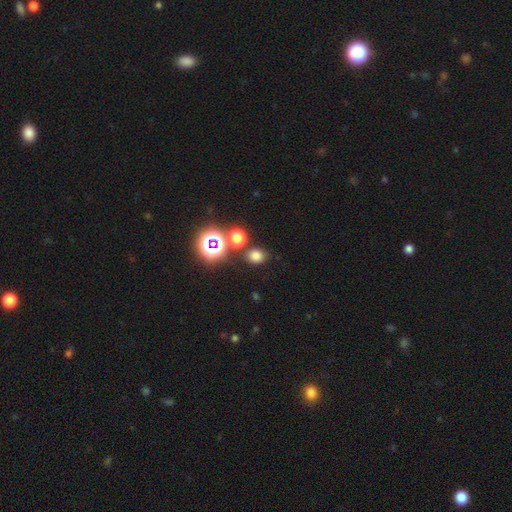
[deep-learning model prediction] This appears to be a smooth galaxy with no disk features (71%) that is round (62%). Merging: none (79%).